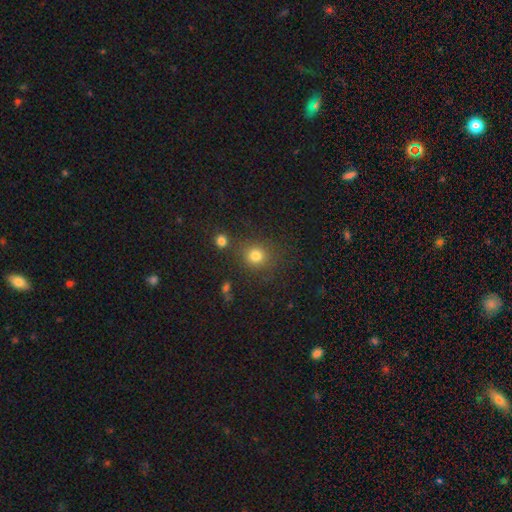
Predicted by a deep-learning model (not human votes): Overall: smooth (78%). How rounded: round (87%). Merging: none (78%).